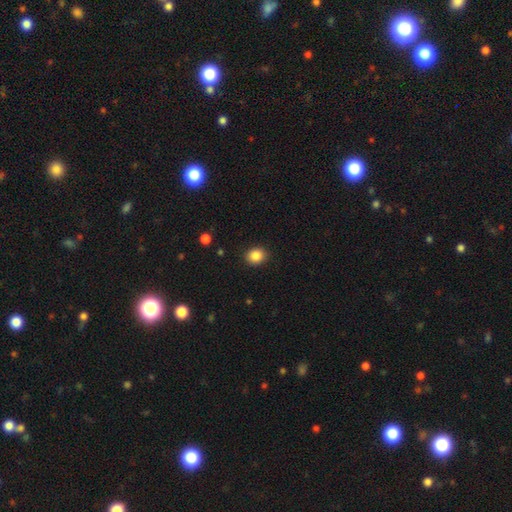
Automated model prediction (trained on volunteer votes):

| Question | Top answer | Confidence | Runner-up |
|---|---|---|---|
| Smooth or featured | smooth | 86% | star or artifact (9%) |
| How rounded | round | 62% | in between (37%) |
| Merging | none | 89% | minor disturbance (8%) |